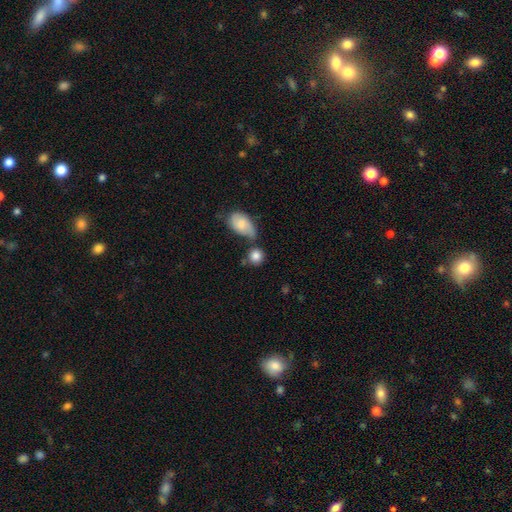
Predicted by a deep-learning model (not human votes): This is clearly a smooth galaxy (84%). How rounded: likely round (79%). Merging: possibly none (54%).